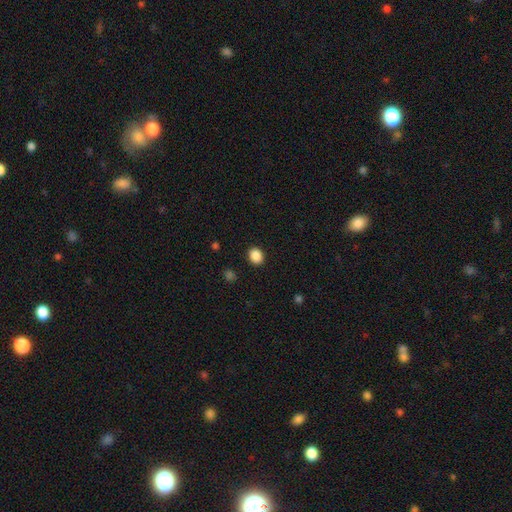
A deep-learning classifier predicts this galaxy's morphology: Smooth or featured: smooth — 89% (star or artifact — 9%)
How rounded: round — 59% (in between — 40%)
Merging: none — 90% (minor disturbance — 7%)